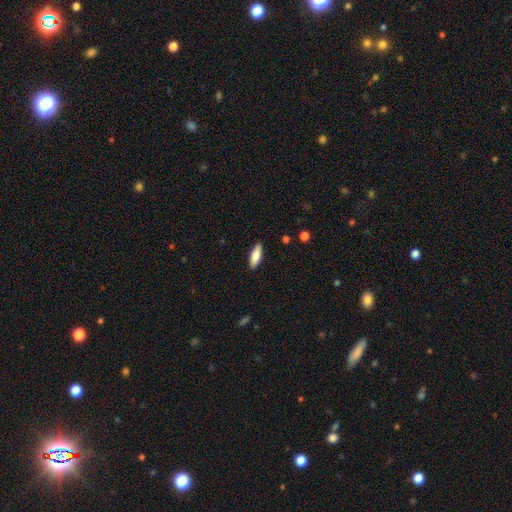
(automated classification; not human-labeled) Morphology: type=smooth (78%); roundness=in between (56%); merging=none (89%).